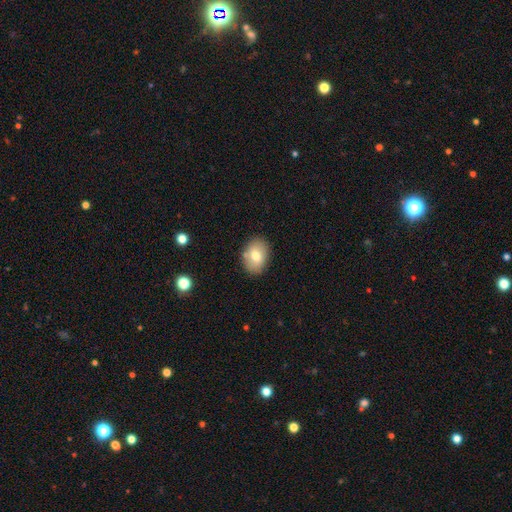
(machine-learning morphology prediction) smooth_or_featured: smooth (p=0.73) [alt: featured or disk p=0.18]
how_rounded: in between (p=0.75) [alt: round p=0.24]
merging: none (p=0.82) [alt: minor disturbance p=0.12]